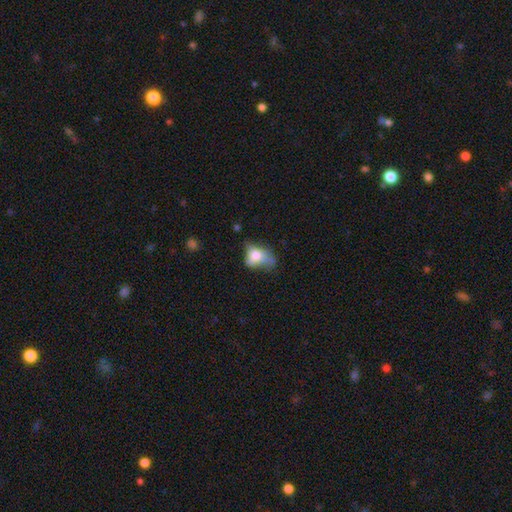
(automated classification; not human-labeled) Smooth or featured: smooth — 68% (featured or disk — 22%)
How rounded: in between — 80% (round — 18%)
Merging: major disturbance — 36% (minor disturbance — 32%)